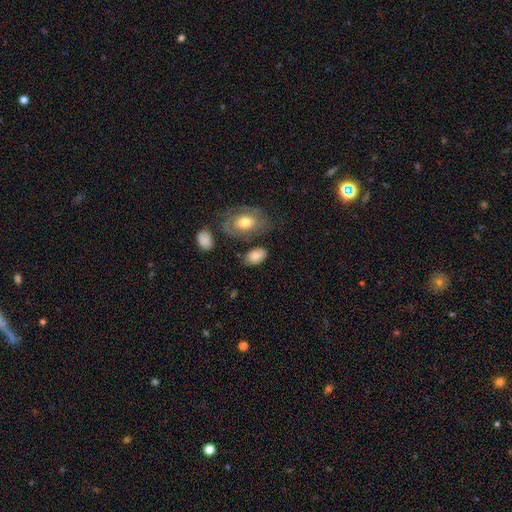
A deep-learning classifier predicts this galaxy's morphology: A smooth galaxy with no disk features (74%) that is in between round and cigar-shaped (89%).

Vote fractions:
- Smooth or featured? smooth: 74% / featured or disk: 18% / star or artifact: 7%
- How rounded? in between: 89% / round: 10% / cigar-shaped: 1%
- Merging? none: 67% / minor disturbance: 17% / merger: 9% / major disturbance: 7%